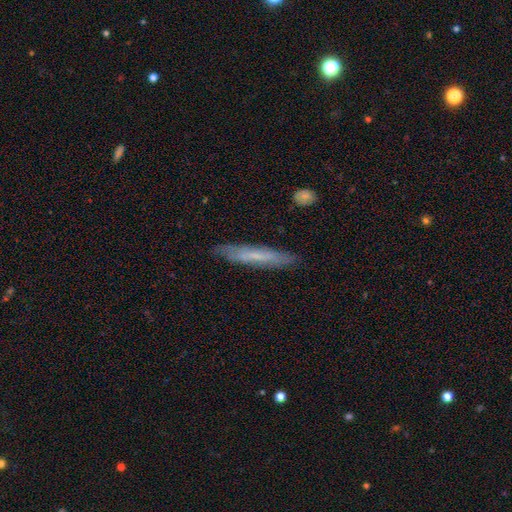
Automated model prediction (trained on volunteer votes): Morphology: type=smooth (51%); roundness=cigar-shaped (93%); merging=none (86%).